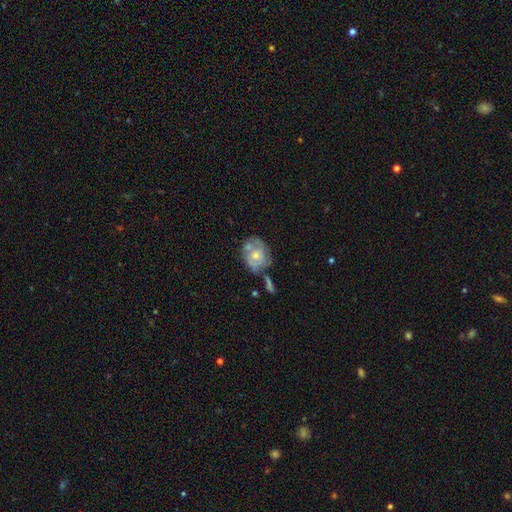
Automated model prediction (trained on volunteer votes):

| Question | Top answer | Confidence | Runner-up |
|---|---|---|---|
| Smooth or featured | featured or disk | 57% | smooth (37%) |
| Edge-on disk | no | 96% | yes (4%) |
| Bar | no | 84% | weak (13%) |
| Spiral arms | no | 51% | yes (49%) |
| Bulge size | moderate | 57% | small (35%) |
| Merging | none | 43% | minor disturbance (25%) |